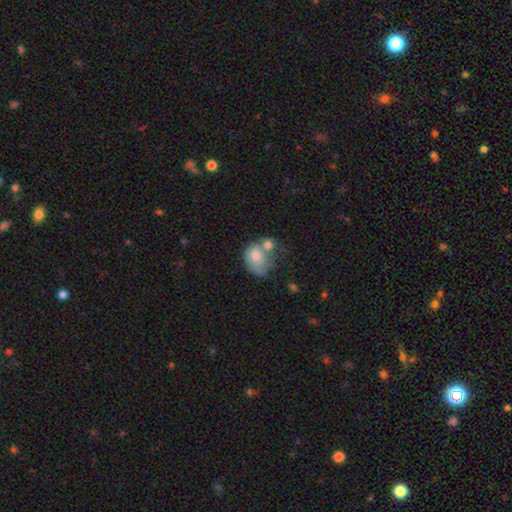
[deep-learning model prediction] smooth_or_featured: smooth (p=0.63) [alt: featured or disk p=0.29]
how_rounded: round (p=0.52) [alt: in between p=0.47]
merging: merger (p=0.39) [alt: none p=0.24]